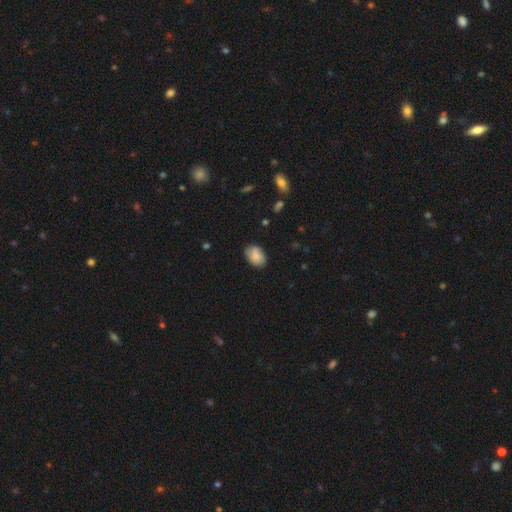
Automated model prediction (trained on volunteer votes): Smooth or featured?
  - smooth: 79% *
  - featured or disk: 13%
  - star or artifact: 8%
How rounded?
  - in between: 81% *
  - round: 18%
  - cigar-shaped: 1%
Merging?
  - none: 71% *
  - minor disturbance: 22%
  - major disturbance: 4%
  - merger: 2%